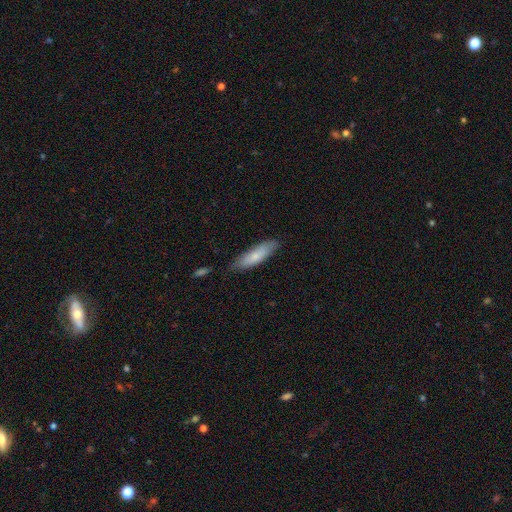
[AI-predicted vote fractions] Morphology: type=smooth (74%); roundness=cigar-shaped (63%); merging=none (77%).